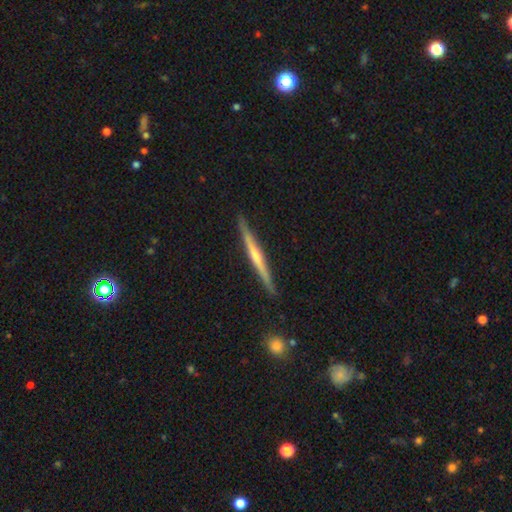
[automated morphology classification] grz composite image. It shows a featured or disk galaxy (68%) viewed edge-on (98%) with a rounded central bulge (52%). Merging: none (90%).